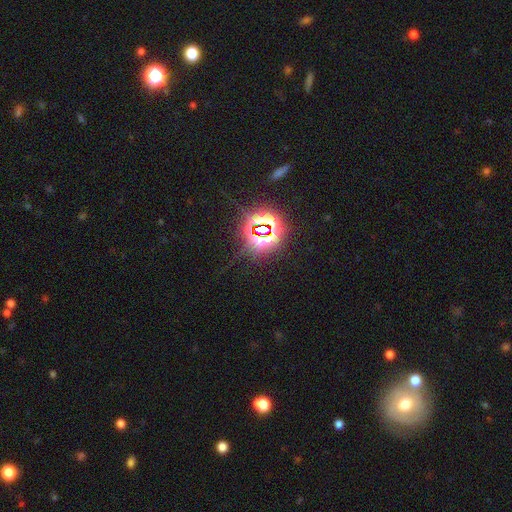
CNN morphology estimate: Overall: star or artifact (81%).